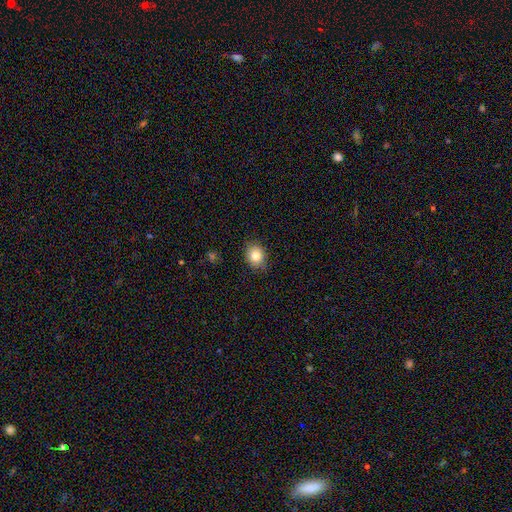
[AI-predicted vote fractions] smooth 82%, star or artifact 10%, featured or disk 8%. Down the decision tree: how rounded — round (55%); merging — none (86%).